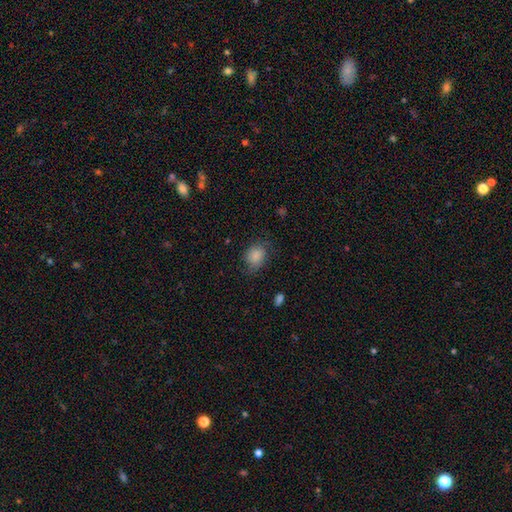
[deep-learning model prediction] This is likely a smooth galaxy (79%). How rounded: possibly in between (53%). Merging: likely none (63%).